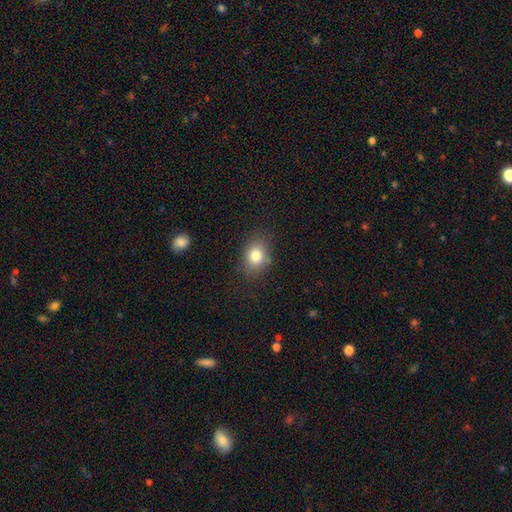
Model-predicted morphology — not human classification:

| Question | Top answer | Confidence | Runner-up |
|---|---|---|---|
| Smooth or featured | smooth | 81% | star or artifact (10%) |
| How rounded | in between | 55% | round (44%) |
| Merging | none | 79% | minor disturbance (14%) |